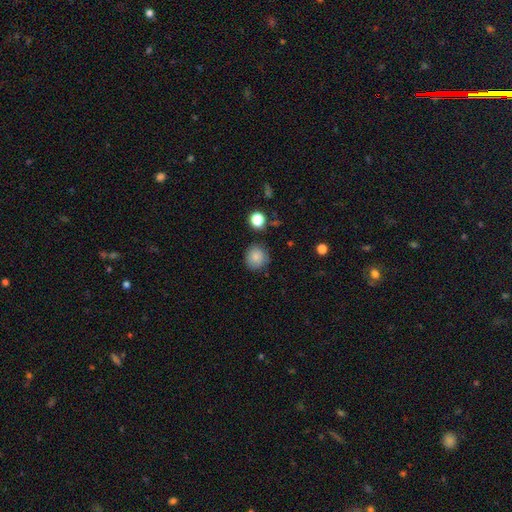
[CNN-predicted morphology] Smooth or featured? smooth (82%)
How rounded? round (90%)
Merging? none (81%)